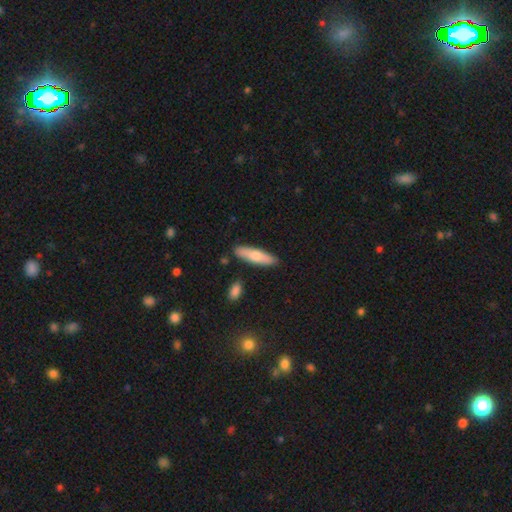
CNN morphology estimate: A smooth galaxy with no disk features (73%) that is cigar-shaped (64%).

Vote fractions:
- Smooth or featured? smooth: 73% / featured or disk: 22% / star or artifact: 5%
- How rounded? cigar-shaped: 64% / in between: 34% / round: 2%
- Merging? none: 85% / minor disturbance: 10% / merger: 3% / major disturbance: 2%